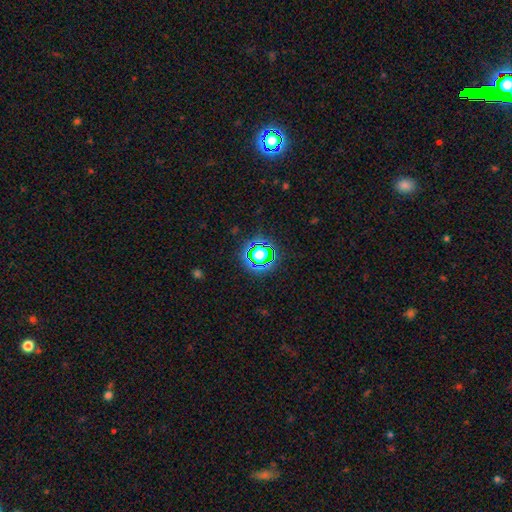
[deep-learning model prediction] Smooth or featured? Predicted: star or artifact (p=0.61).